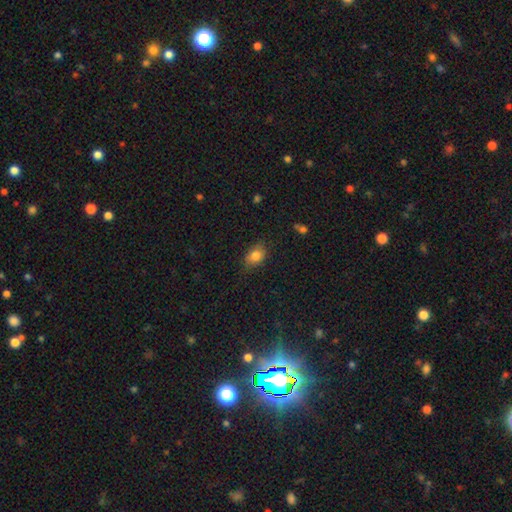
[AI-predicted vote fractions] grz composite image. It shows a smooth galaxy with no disk features (81%) that is in between round and cigar-shaped (71%). Merging: none (74%).